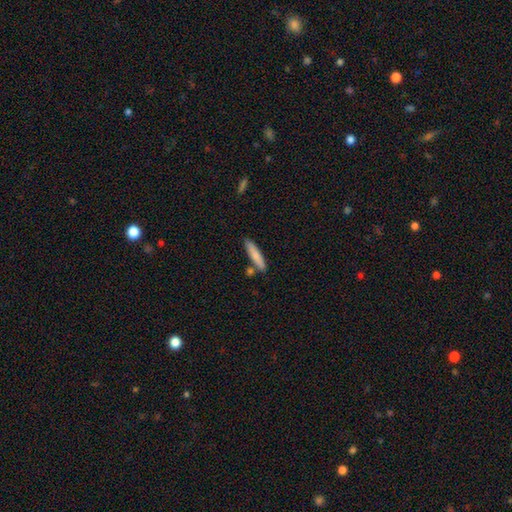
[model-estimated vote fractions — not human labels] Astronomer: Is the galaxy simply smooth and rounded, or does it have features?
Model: smooth — 80%.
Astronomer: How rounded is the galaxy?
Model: cigar-shaped — 86%.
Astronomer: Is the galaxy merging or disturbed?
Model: none — 78%.